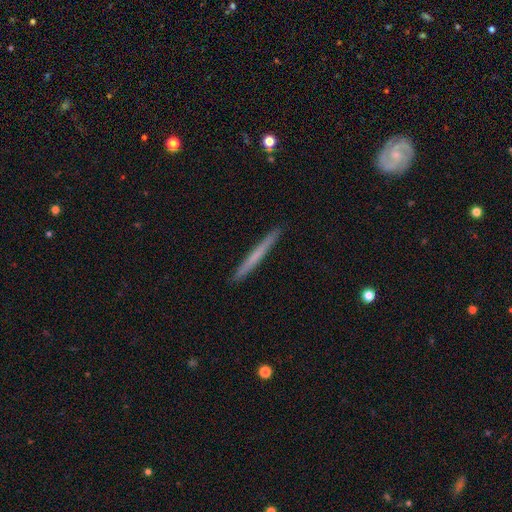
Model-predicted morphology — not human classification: Overall: smooth (56%; featured or disk 38%). How rounded: cigar-shaped (97%). Merging: none (93%).